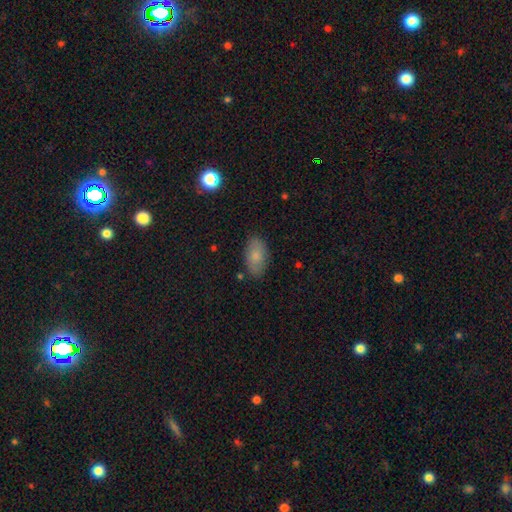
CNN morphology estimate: Smooth or featured? Predicted: smooth (p=0.80). How rounded? Predicted: in between (p=0.93). Merging? Predicted: none (p=0.83).